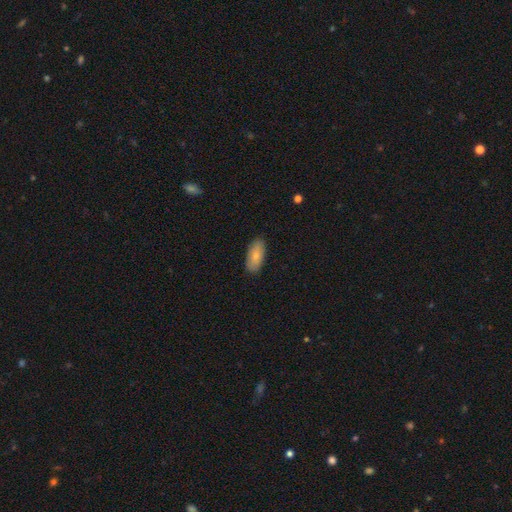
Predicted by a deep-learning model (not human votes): Smooth or featured? smooth (80%)
How rounded? in between (89%)
Merging? none (87%)